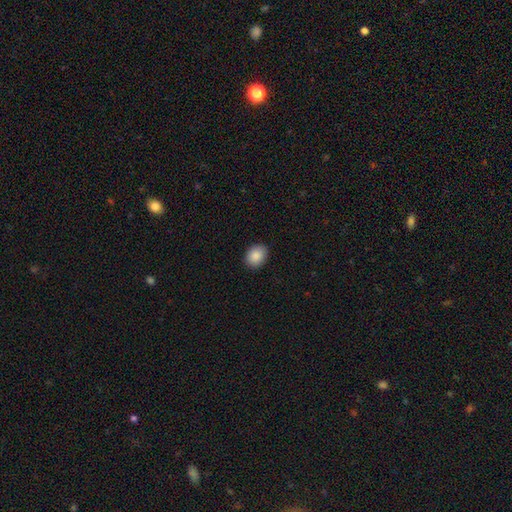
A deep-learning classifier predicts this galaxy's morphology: smooth_or_featured: smooth (p=0.89) [alt: star or artifact p=0.08]
how_rounded: in between (p=0.57) [alt: round p=0.42]
merging: none (p=0.88) [alt: minor disturbance p=0.09]